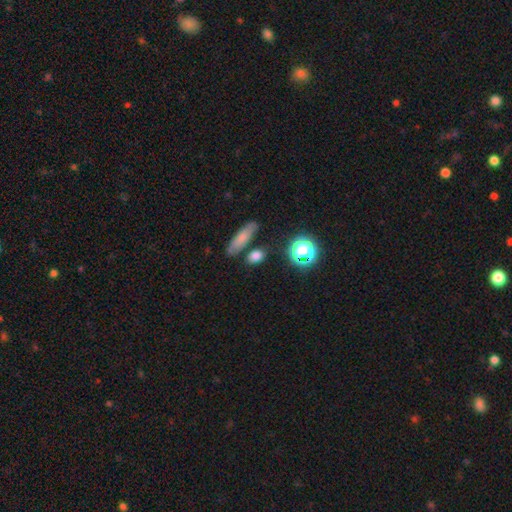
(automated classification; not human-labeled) The model was most divided on "how rounded": in between: 53%, round: 35%, cigar-shaped: 12%. More confident: merging — none (78%); smooth or featured — smooth (76%).